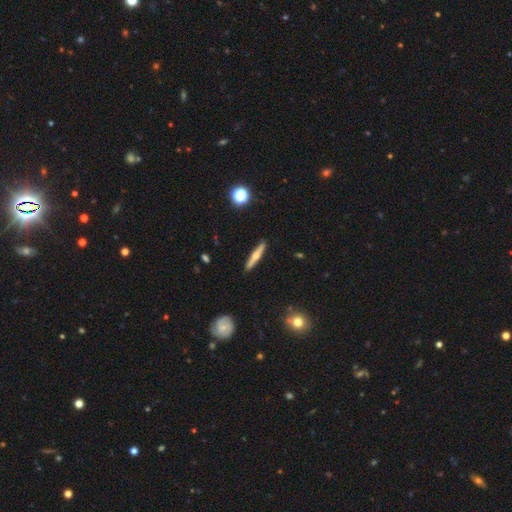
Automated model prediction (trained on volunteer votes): featured or disk 54%, smooth 39%, star or artifact 7%. Down the decision tree: edge-on disk — yes (96%); edge-on bulge — rounded (87%); merging — none (91%).